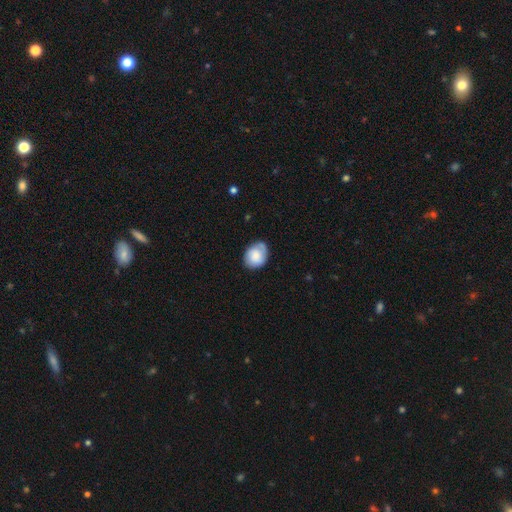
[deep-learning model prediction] Smooth or featured? Predicted: smooth (p=0.70). How rounded? Predicted: in between (p=0.52). Merging? Predicted: none (p=0.64).